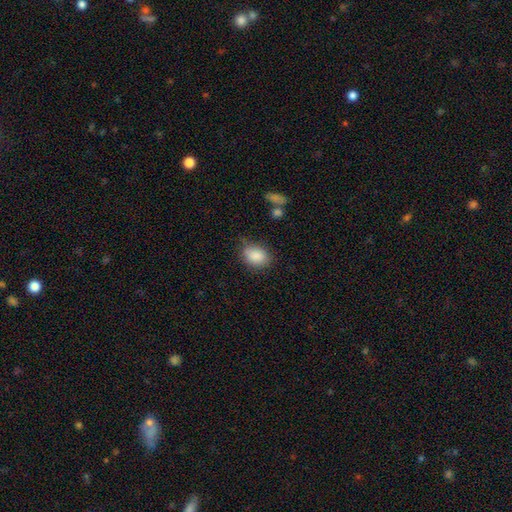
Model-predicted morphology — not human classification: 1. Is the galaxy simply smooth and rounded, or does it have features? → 87% smooth, 8% star or artifact, 5% featured or disk.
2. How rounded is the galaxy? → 71% in between, 27% round, 1% cigar-shaped.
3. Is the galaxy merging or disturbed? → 68% none, 24% minor disturbance, 6% major disturbance, 3% merger.